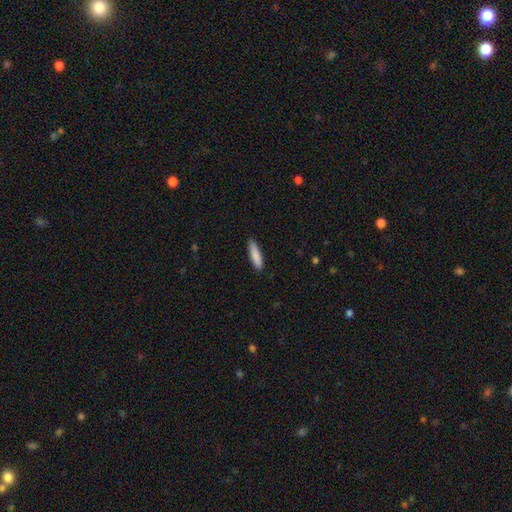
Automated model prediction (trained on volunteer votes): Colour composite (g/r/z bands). It shows a smooth galaxy with no disk features (86%) that is cigar-shaped (78%). Merging: none (88%).